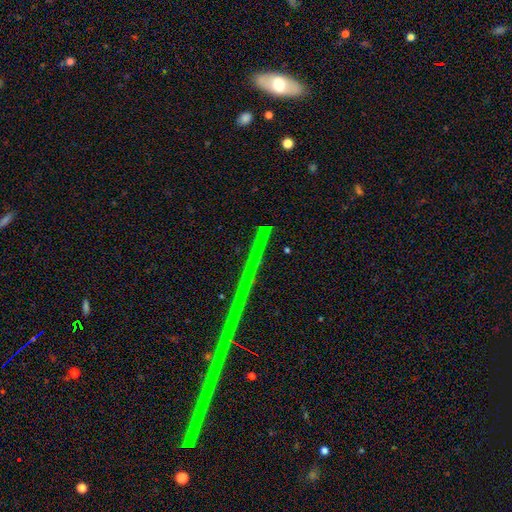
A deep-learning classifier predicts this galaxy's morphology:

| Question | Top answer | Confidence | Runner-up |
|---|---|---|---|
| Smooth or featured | star or artifact | 69% | featured or disk (19%) |